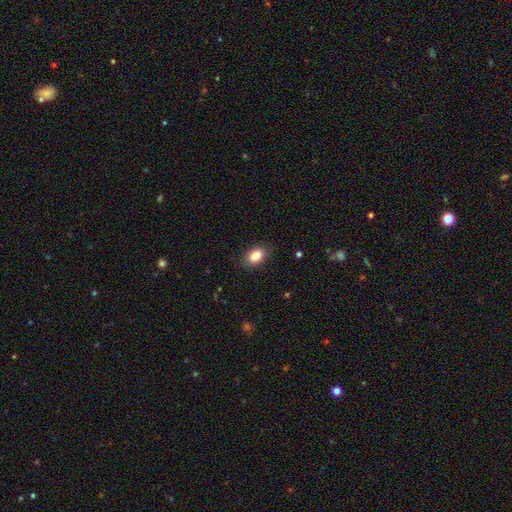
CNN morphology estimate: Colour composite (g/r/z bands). It shows a smooth galaxy with no disk features (86%) that is in between round and cigar-shaped (87%). Merging: none (86%).